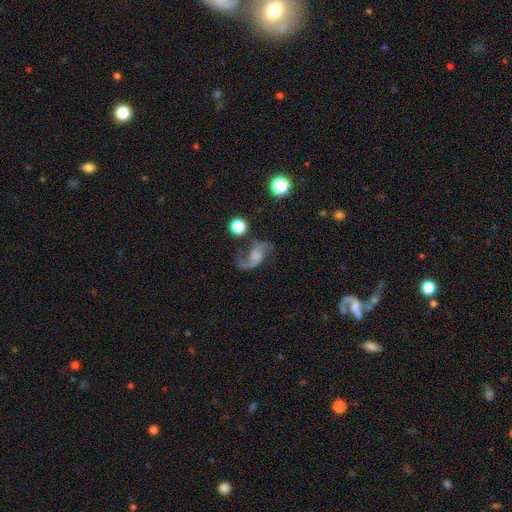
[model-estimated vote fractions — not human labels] Overall: featured or disk (81%). Edge-on disk: no (97%). Bar: no (57%; weak 35%). Spiral arms: yes (95%). Spiral arm count: 2 (88%). Spiral winding: loose (70%). Bulge size: none (35%; small 26%). Merging: none (60%).